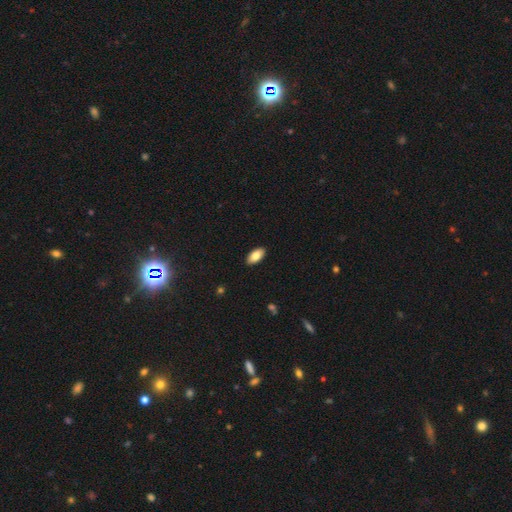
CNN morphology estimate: Smooth or featured: smooth — 83% (featured or disk — 10%)
How rounded: in between — 93% (cigar-shaped — 5%)
Merging: none — 90% (minor disturbance — 7%)